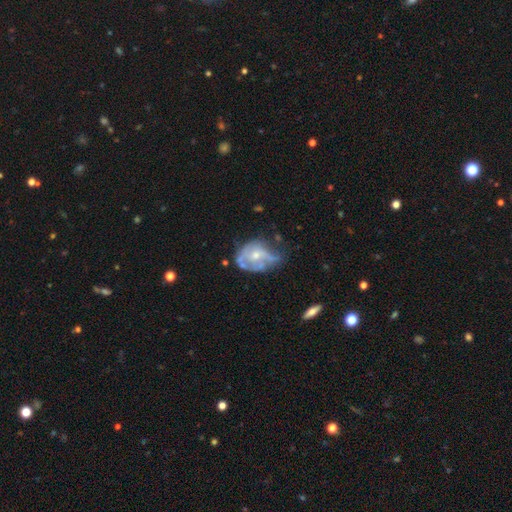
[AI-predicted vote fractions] A featured or disk galaxy (62%) with no bar (80%), no spiral arms (66%) and a small central bulge (46%). Merging: major disturbance (34%).